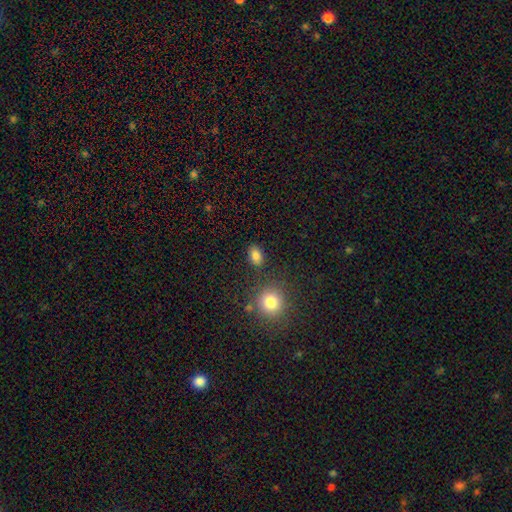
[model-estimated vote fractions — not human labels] A smooth galaxy with no disk features (84%) that is in between round and cigar-shaped (81%). Merging: none (82%).